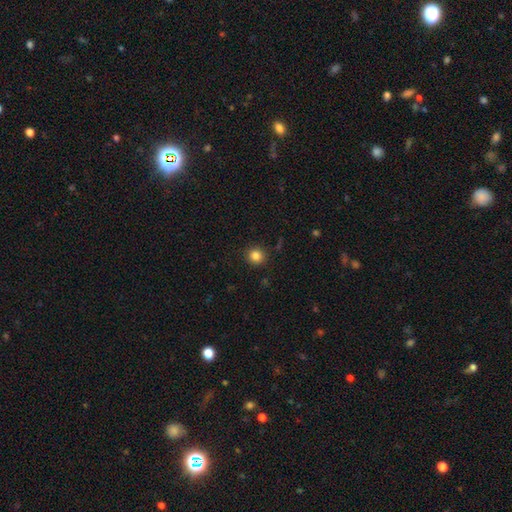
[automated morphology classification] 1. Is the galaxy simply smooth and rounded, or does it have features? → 83% smooth, 12% star or artifact, 5% featured or disk.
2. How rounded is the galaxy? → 91% round, 8% in between, 1% cigar-shaped.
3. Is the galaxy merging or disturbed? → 90% none, 6% minor disturbance, 2% major disturbance, 1% merger.